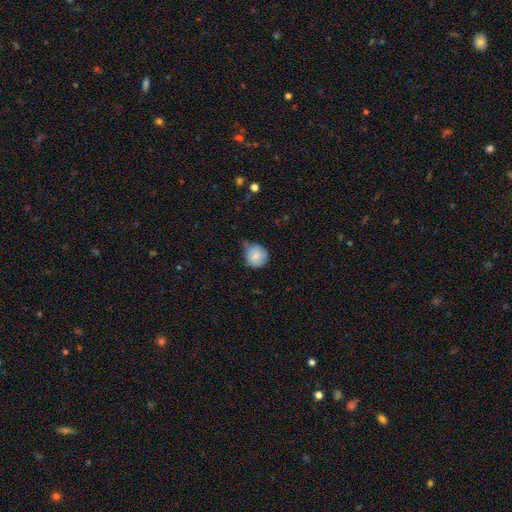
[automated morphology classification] A smooth galaxy with no disk features (81%) that is round (88%). Merging: none (51%).